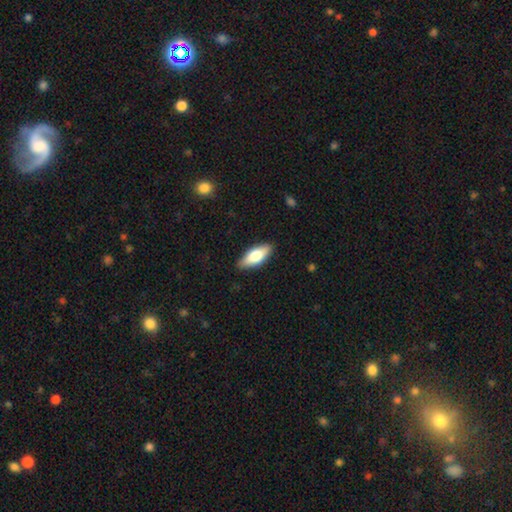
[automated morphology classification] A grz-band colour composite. It shows a smooth galaxy with no disk features (70%) that is in between round and cigar-shaped (77%). Merging: none (87%).